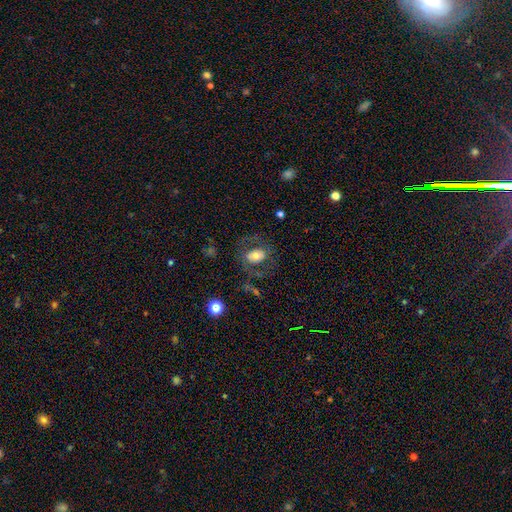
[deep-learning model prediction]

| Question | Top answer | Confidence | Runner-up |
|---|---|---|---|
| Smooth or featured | smooth | 57% | featured or disk (34%) |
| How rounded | in between | 74% | round (25%) |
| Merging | none | 64% | major disturbance (18%) |